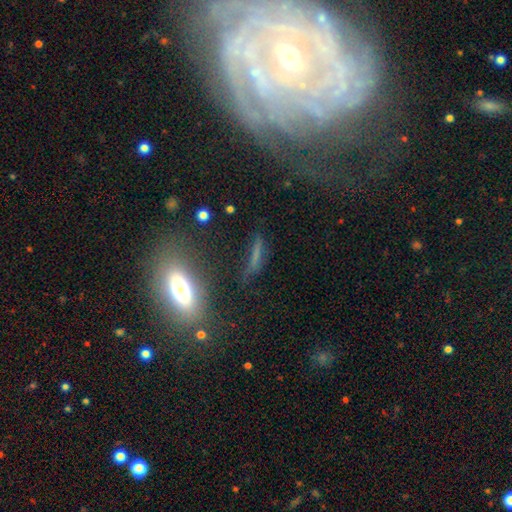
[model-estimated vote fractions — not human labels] A smooth galaxy with no disk features (53%) that is cigar-shaped (77%). Merging: none (71%).